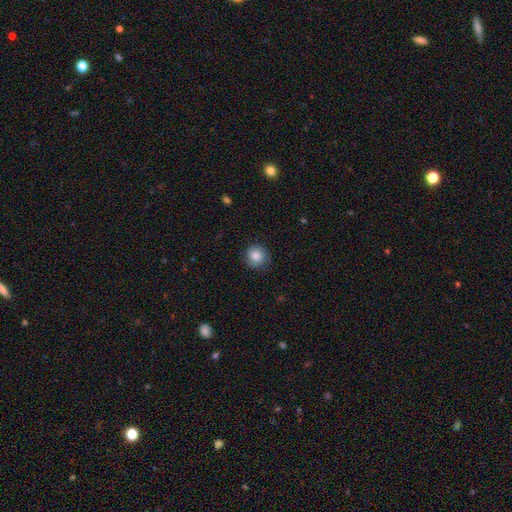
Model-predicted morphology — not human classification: A smooth galaxy with no disk features (82%) that is round (91%).

Vote fractions:
- Smooth or featured? smooth: 82% / star or artifact: 9% / featured or disk: 9%
- How rounded? round: 91% / in between: 8% / cigar-shaped: 1%
- Merging? none: 80% / minor disturbance: 15% / major disturbance: 4% / merger: 1%